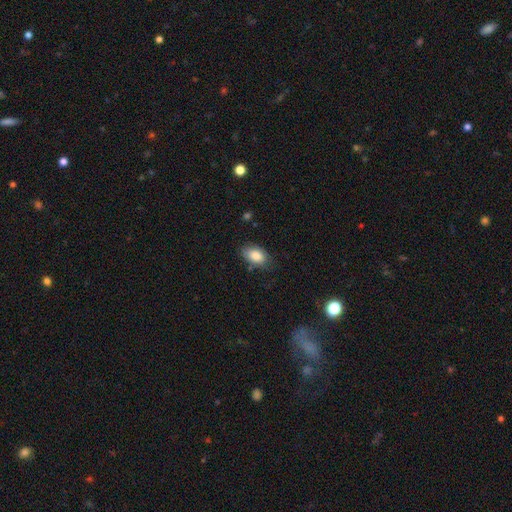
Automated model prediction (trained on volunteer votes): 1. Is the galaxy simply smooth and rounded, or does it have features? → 85% smooth, 7% star or artifact, 7% featured or disk.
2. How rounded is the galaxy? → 90% in between, 9% round, 2% cigar-shaped.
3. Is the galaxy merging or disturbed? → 75% none, 19% minor disturbance, 4% major disturbance, 2% merger.